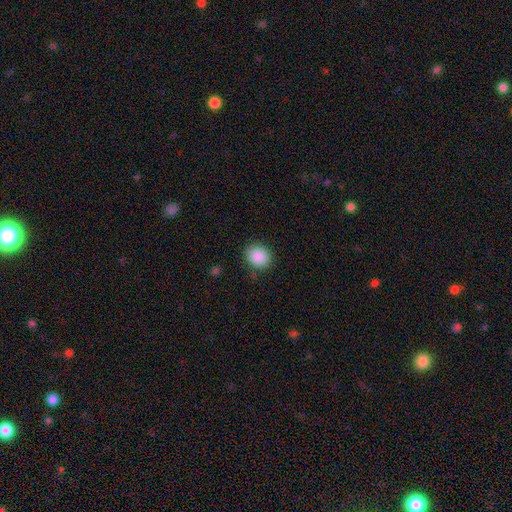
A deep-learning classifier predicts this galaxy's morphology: Smooth or featured? smooth (89%)
How rounded? round (69%)
Merging? none (85%)